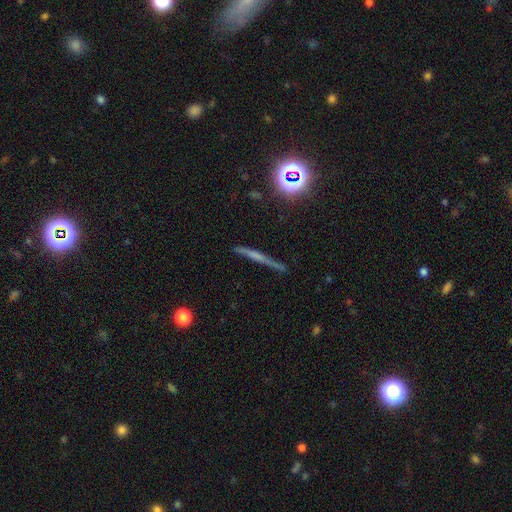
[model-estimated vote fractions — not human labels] Smooth or featured? featured or disk (52%)
Edge-on disk? yes (94%)
Merging? none (86%)